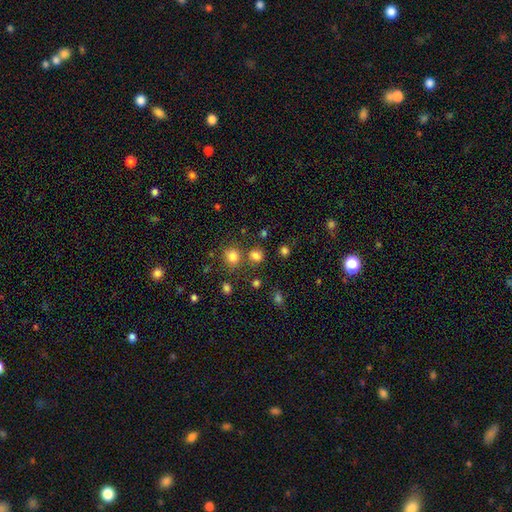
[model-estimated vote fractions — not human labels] smooth-or-featured: smooth: 77% | star or artifact: 17% | featured or disk: 6%
  how-rounded: round: 81% | in between: 18% | cigar-shaped: 1%
  merging: none: 73% | merger: 15% | minor disturbance: 9% | major disturbance: 4%